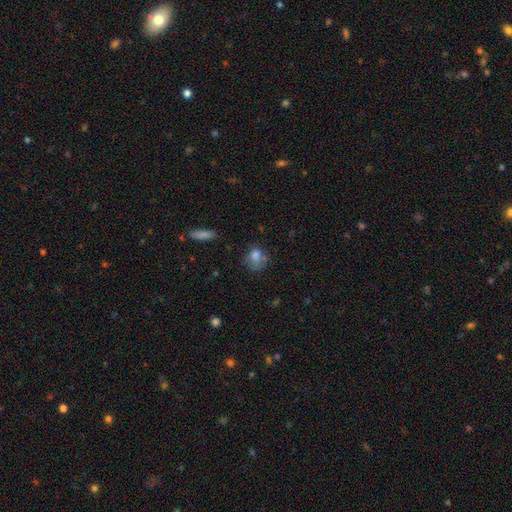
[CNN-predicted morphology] This is likely a smooth galaxy (73%). How rounded: possibly round (57%). Merging: possibly none (48%).